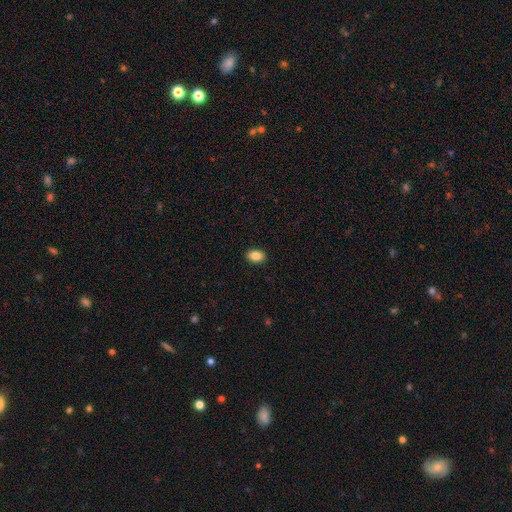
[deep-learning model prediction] smooth_or_featured: smooth (p=0.87) [alt: star or artifact p=0.08]
how_rounded: in between (p=0.86) [alt: round p=0.13]
merging: none (p=0.90) [alt: minor disturbance p=0.07]